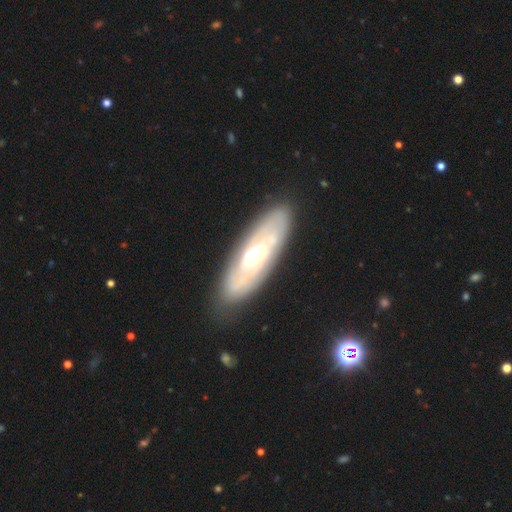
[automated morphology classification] Smooth or featured?
  - featured or disk: 68% *
  - smooth: 26%
  - star or artifact: 6%
Edge-on disk?
  - no: 72% *
  - yes: 28%
Merging?
  - none: 83% *
  - minor disturbance: 12%
  - major disturbance: 4%
  - merger: 2%